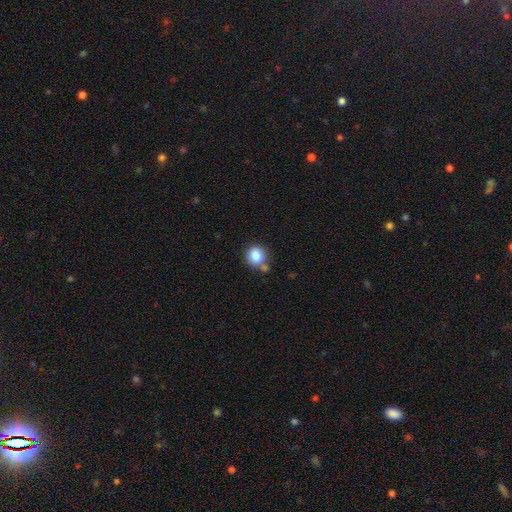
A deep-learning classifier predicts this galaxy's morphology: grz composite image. It shows a smooth galaxy with no disk features (83%) that is round (88%). Merging: none (66%).